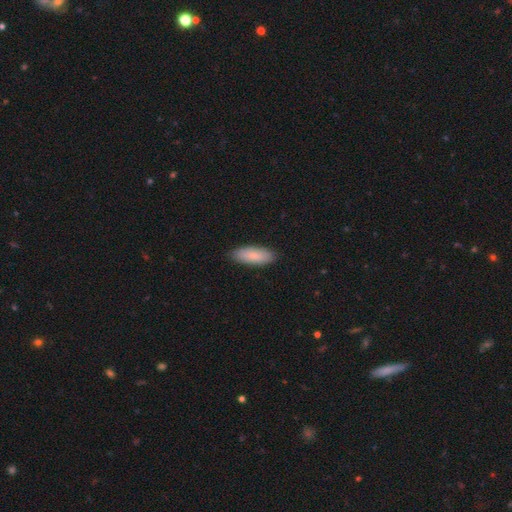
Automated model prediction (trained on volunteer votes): smooth 83%, featured or disk 12%, star or artifact 6%. Down the decision tree: how rounded — in between (70%); merging — none (88%).